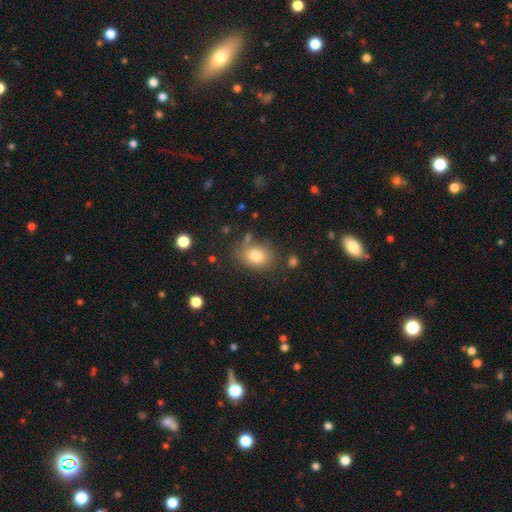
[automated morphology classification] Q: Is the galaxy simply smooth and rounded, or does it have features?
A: smooth — 79%.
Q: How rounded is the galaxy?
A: in between — 67%.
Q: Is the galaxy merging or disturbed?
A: none — 73%.